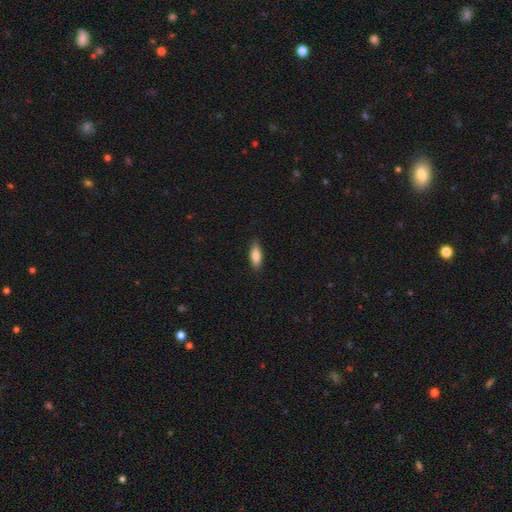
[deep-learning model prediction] smooth-or-featured: smooth: 81% | featured or disk: 13% | star or artifact: 6%
  how-rounded: in between: 65% | cigar-shaped: 33% | round: 2%
  merging: none: 86% | minor disturbance: 11% | major disturbance: 2% | merger: 1%